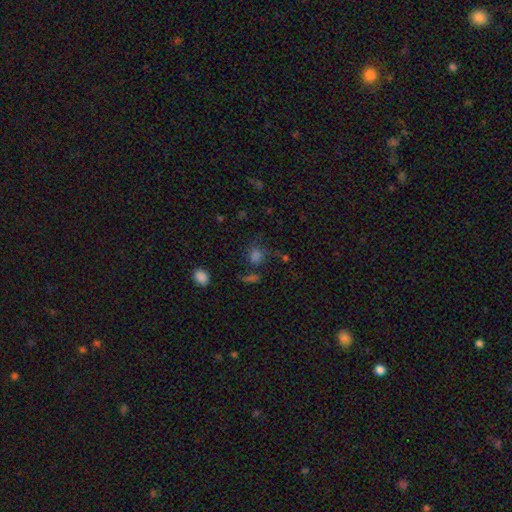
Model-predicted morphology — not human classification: type=smooth (63%); roundness=round (76%); merging=none (59%).